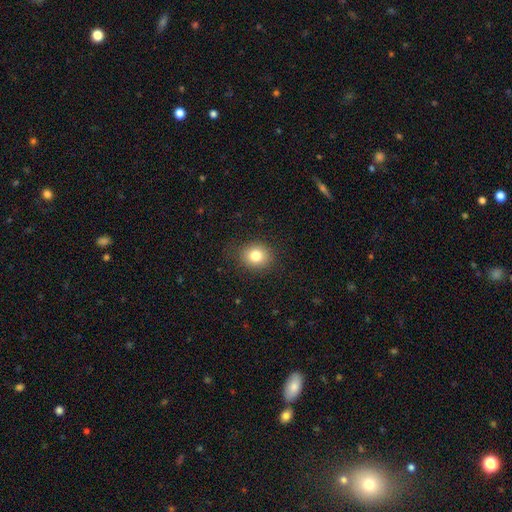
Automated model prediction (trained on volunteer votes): Q: Smooth or featured?
A: smooth (81%); runner-up: star or artifact (11%)
Q: How rounded?
A: round (73%); runner-up: in between (26%)
Q: Merging?
A: none (85%); runner-up: minor disturbance (11%)